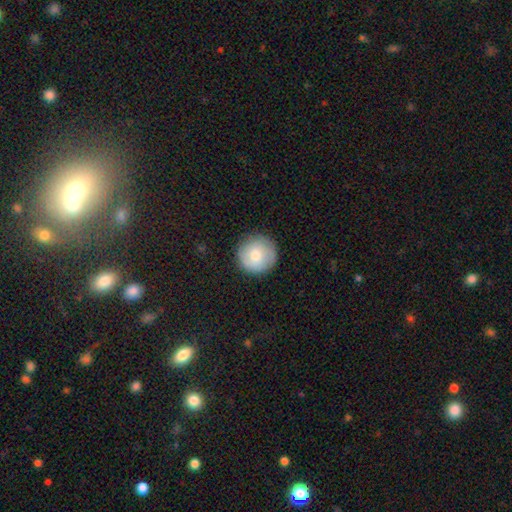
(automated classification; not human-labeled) A smooth galaxy with no disk features (78%) that is round (96%). Merging: none (89%).